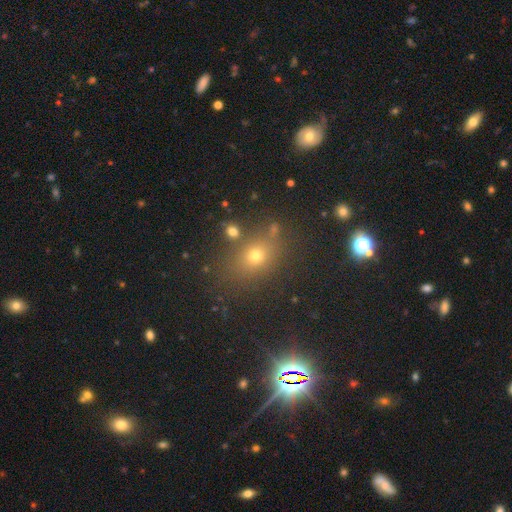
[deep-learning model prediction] This appears to be a smooth galaxy with no disk features (50%) that is round (51%). Merging: none (77%).